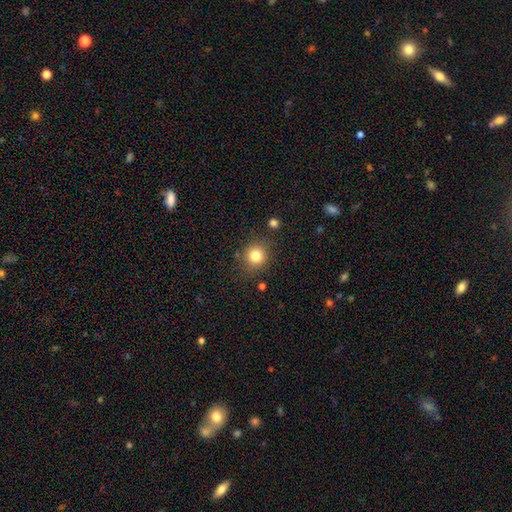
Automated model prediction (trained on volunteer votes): smooth-or-featured: smooth: 81% | star or artifact: 12% | featured or disk: 7%
  how-rounded: round: 88% | in between: 11% | cigar-shaped: 1%
  merging: none: 83% | minor disturbance: 10% | major disturbance: 4% | merger: 3%